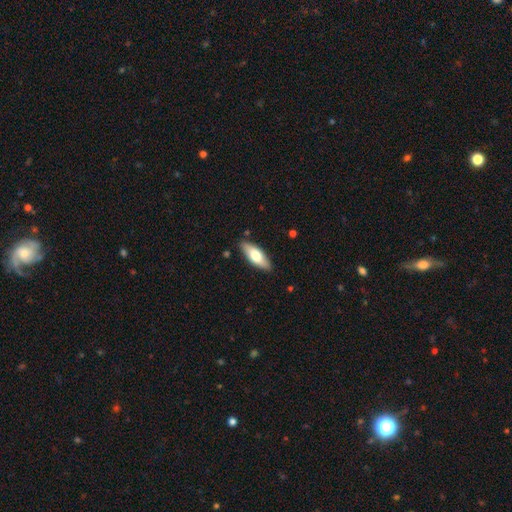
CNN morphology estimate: Overall: smooth (66%; featured or disk 28%). How rounded: in between (69%; cigar-shaped 29%). Merging: none (86%).